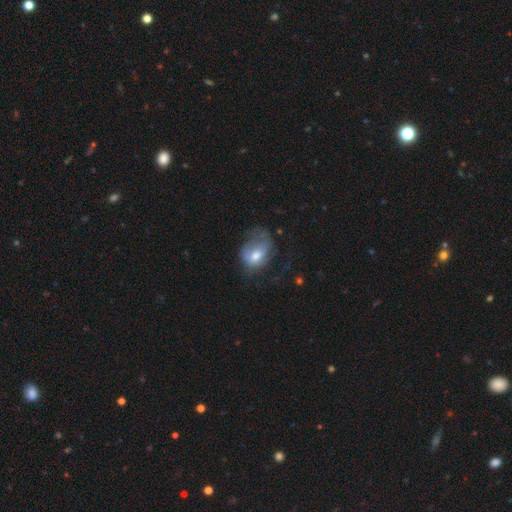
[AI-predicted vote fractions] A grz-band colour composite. It shows a smooth galaxy with no disk features (53%) that is in between round and cigar-shaped (69%). Merging: major disturbance (43%).